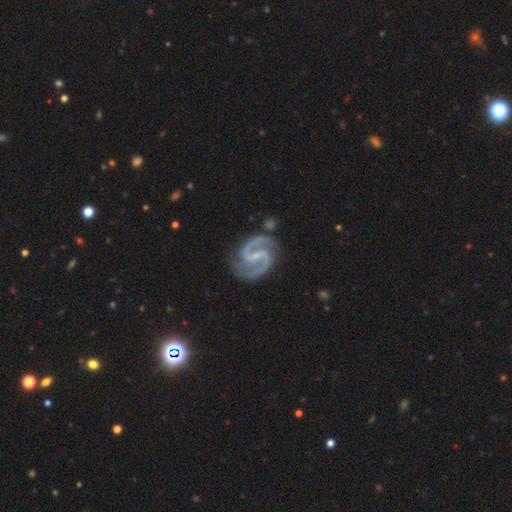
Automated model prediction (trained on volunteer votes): smooth-or-featured: featured or disk: 94% | star or artifact: 4% | smooth: 2%
  disk-edge-on: no: 98% | yes: 2%
    bar: weak: 48% | strong: 35% | no: 18%
    has-spiral-arms: yes: 99% | no: 1%
      spiral-winding: medium: 66% | tight: 20% | loose: 14%
      spiral-arm-count: 2: 94% | 3: 1% | can't tell: 1% | 1: 1% | 4: 1% | more than 4: 1%
    bulge-size: small: 59% | none: 29% | moderate: 11% | large: 1% | dominant: 1%
  merging: none: 78% | minor disturbance: 15% | major disturbance: 5% | merger: 3%